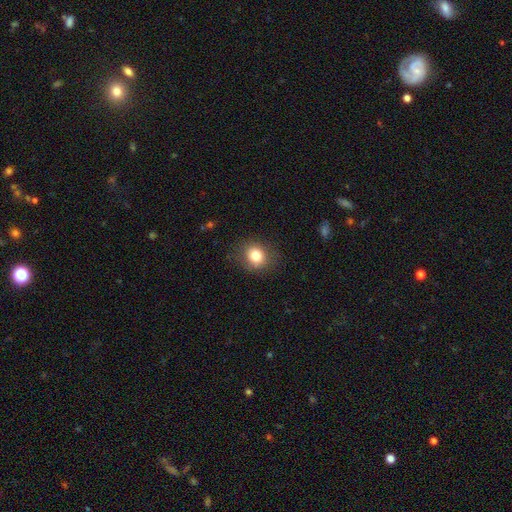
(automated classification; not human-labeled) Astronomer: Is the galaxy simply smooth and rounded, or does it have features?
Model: smooth — 80%.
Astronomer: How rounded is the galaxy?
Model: round — 71%.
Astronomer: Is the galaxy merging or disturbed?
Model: none — 82%.